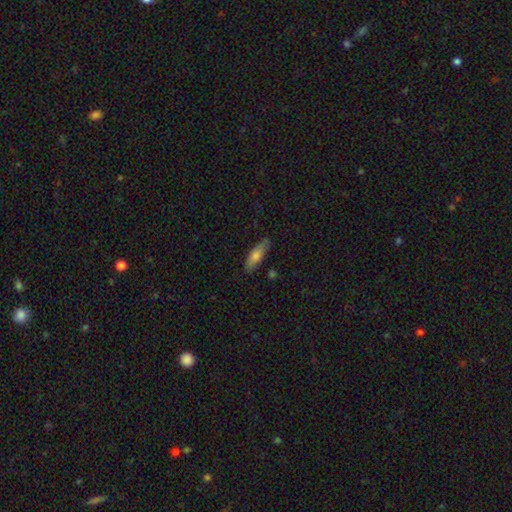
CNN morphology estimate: The model was most divided on "how rounded": in between: 53%, cigar-shaped: 45%, round: 2%. More confident: merging — none (80%); smooth or featured — smooth (70%).